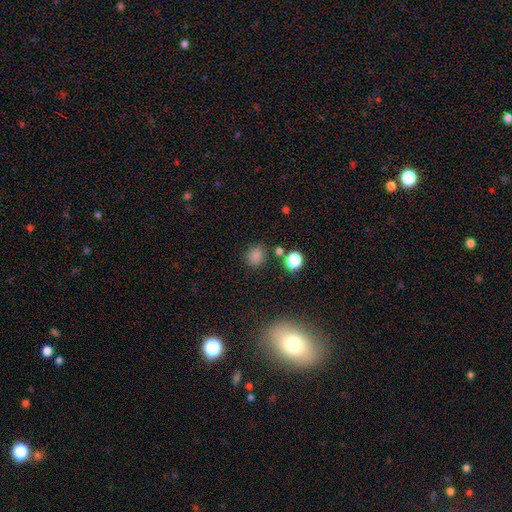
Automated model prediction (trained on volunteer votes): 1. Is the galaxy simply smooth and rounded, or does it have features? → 81% smooth, 15% star or artifact, 4% featured or disk.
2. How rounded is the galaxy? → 75% round, 24% in between, 1% cigar-shaped.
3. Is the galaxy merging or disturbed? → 80% none, 11% minor disturbance, 6% merger, 4% major disturbance.